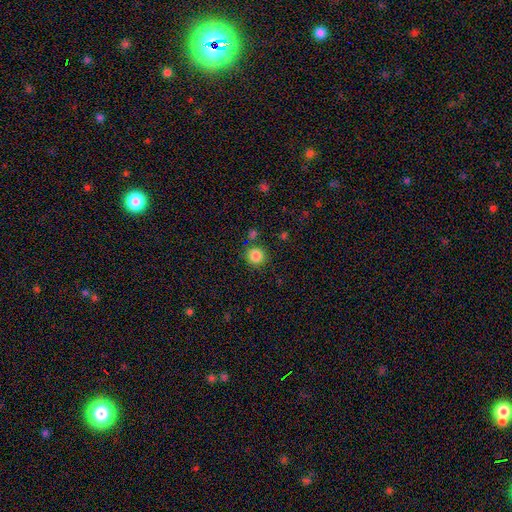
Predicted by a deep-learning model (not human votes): smooth_or_featured: smooth (p=0.85) [alt: star or artifact p=0.11]
how_rounded: round (p=0.94) [alt: in between p=0.05]
merging: none (p=0.87) [alt: minor disturbance p=0.07]